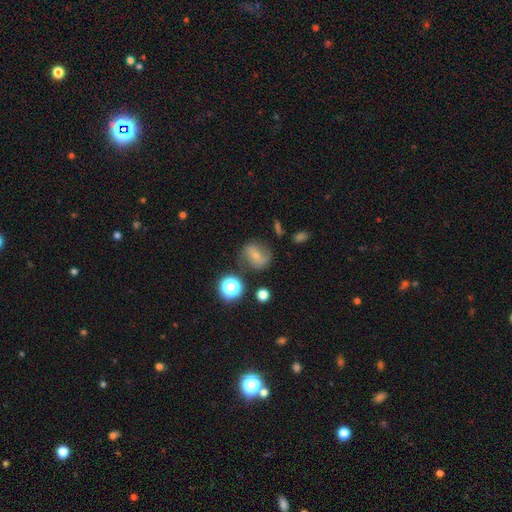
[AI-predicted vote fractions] Smooth or featured?
  - featured or disk: 49% *
  - smooth: 37%
  - star or artifact: 14%
Merging?
  - none: 69% *
  - minor disturbance: 19%
  - major disturbance: 9%
  - merger: 4%